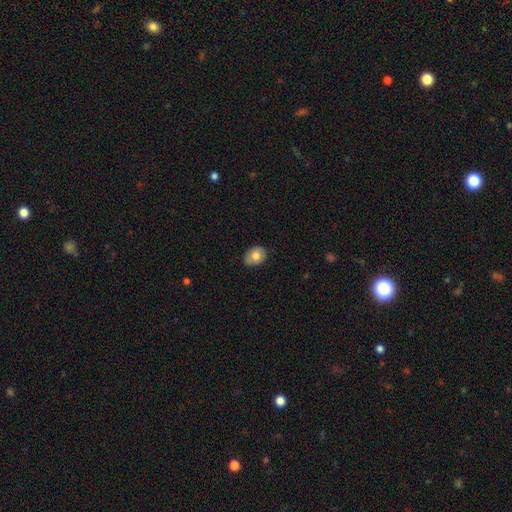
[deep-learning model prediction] smooth 77%, featured or disk 16%, star or artifact 8%. Down the decision tree: how rounded — in between (61%); merging — none (80%).